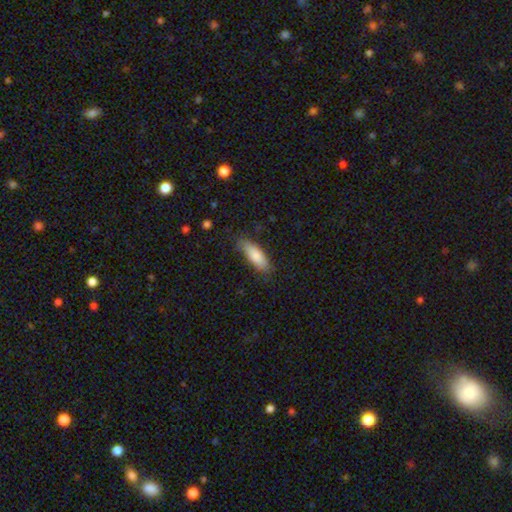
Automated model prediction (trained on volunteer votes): This appears to be a smooth galaxy with no disk features (85%) that is in between round and cigar-shaped (63%). Merging: none (78%).